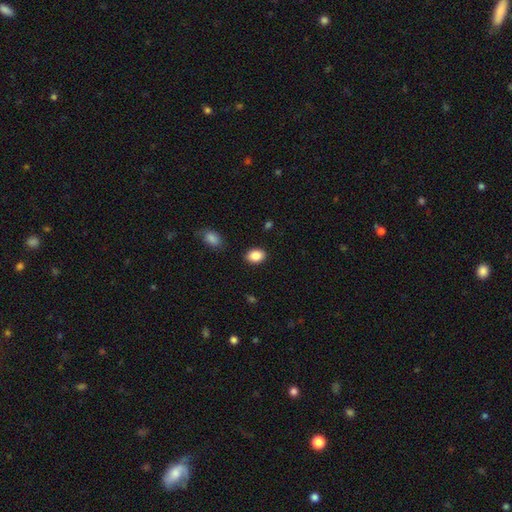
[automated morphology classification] A smooth galaxy with no disk features (87%) that is in between round and cigar-shaped (74%). Merging: none (87%).